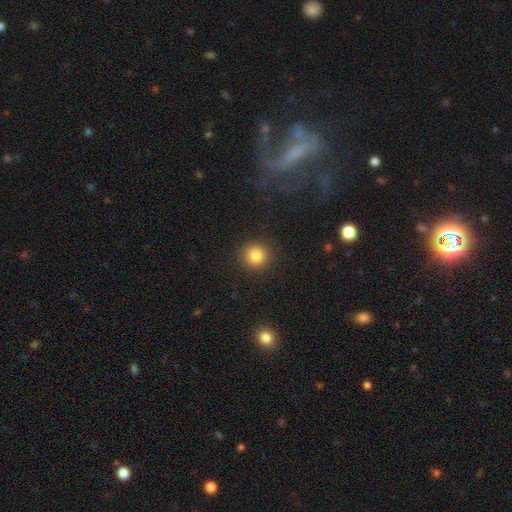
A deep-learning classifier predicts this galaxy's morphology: Smooth or featured: smooth — 84% (star or artifact — 11%)
How rounded: round — 93% (in between — 6%)
Merging: none — 91% (minor disturbance — 6%)